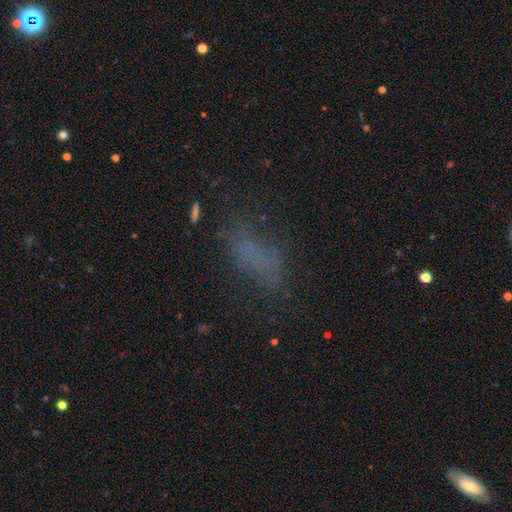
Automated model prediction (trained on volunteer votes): smooth 56%, star or artifact 24%, featured or disk 19%. Down the decision tree: how rounded — in between (74%); merging — none (55%).